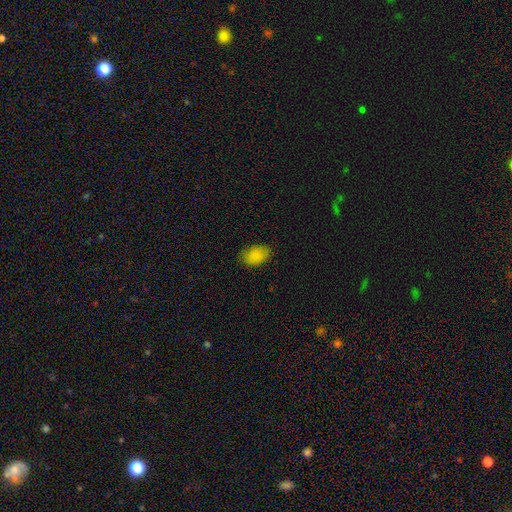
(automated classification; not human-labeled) smooth 85%, star or artifact 10%, featured or disk 6%. Down the decision tree: how rounded — in between (85%); merging — none (80%).